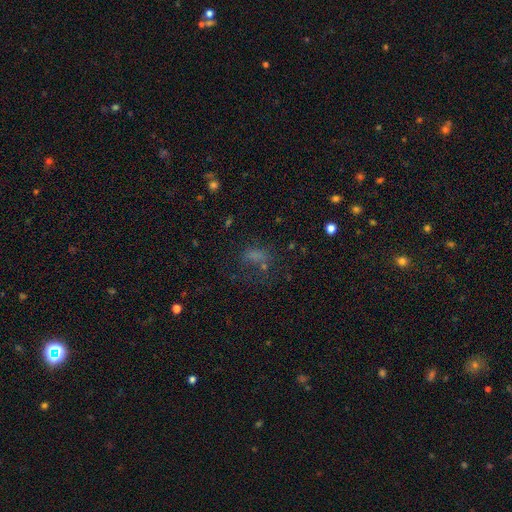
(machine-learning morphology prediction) This appears to be a smooth galaxy with no disk features (52%) that is in between round and cigar-shaped (71%). Merging: none (41%).